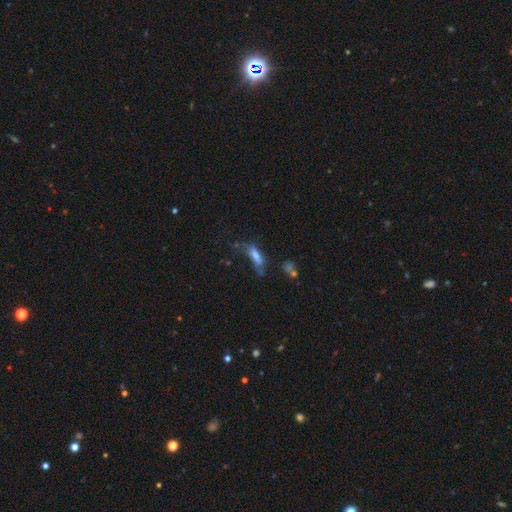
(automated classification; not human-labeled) This is likely a smooth galaxy (63%). How rounded: possibly cigar-shaped (49%). Merging: marginally none (36%).